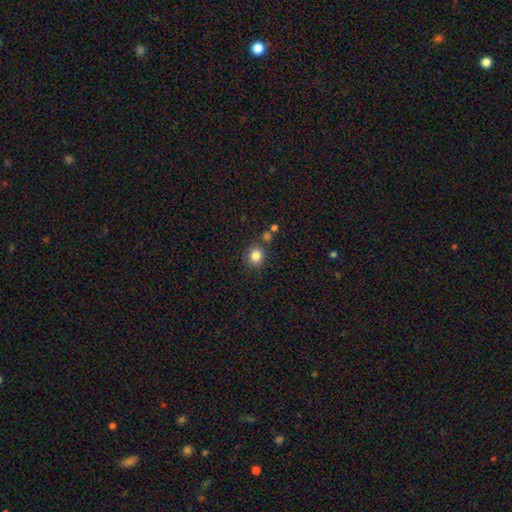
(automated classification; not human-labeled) The model was most divided on "how rounded": round: 85%, in between: 14%, cigar-shaped: 1%. More confident: smooth or featured — smooth (84%); merging — none (82%).